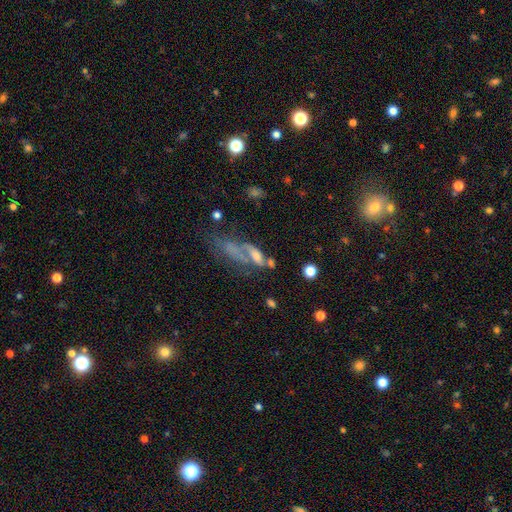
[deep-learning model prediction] smooth 43%, featured or disk 41%, star or artifact 16%. Down the decision tree: merging — merger (36%).